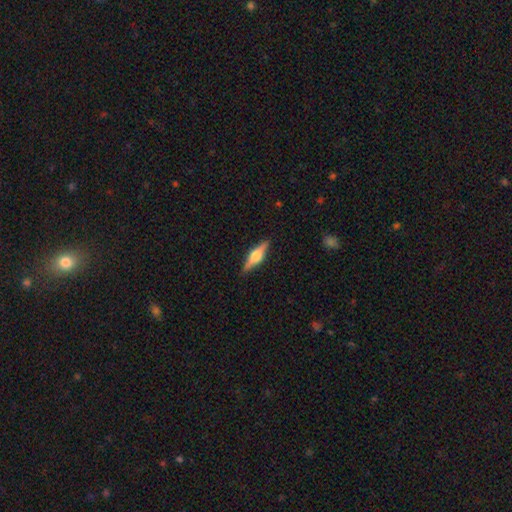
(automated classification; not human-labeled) Smooth or featured? featured or disk (65%)
Edge-on disk? yes (97%)
Edge-on bulge? rounded (88%)
Merging? none (88%)